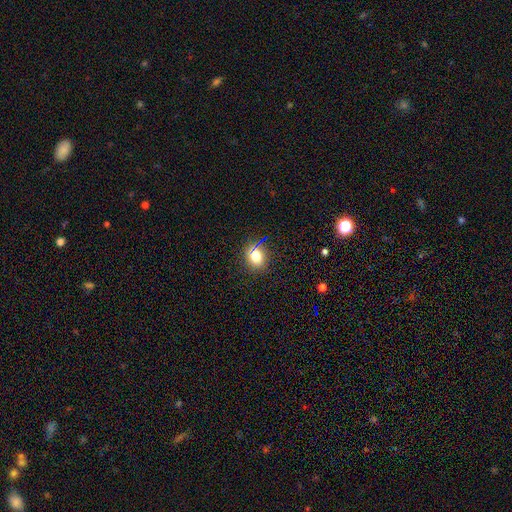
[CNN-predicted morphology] The model was most divided on "how rounded": round: 72%, in between: 27%, cigar-shaped: 1%. More confident: merging — none (82%); smooth or featured — smooth (72%).